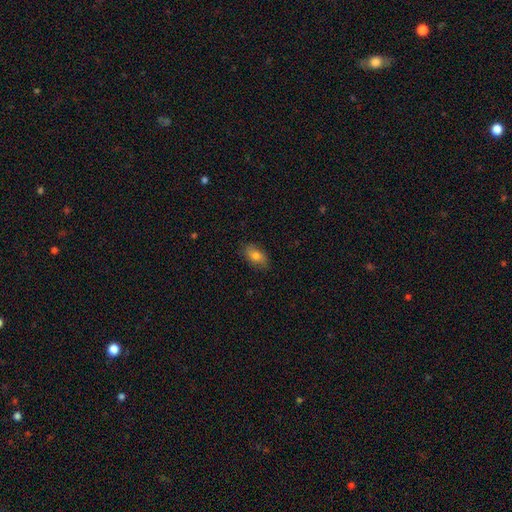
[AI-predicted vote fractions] Q: Smooth or featured?
A: smooth (76%); runner-up: featured or disk (15%)
Q: How rounded?
A: in between (89%); runner-up: round (7%)
Q: Merging?
A: none (84%); runner-up: minor disturbance (12%)